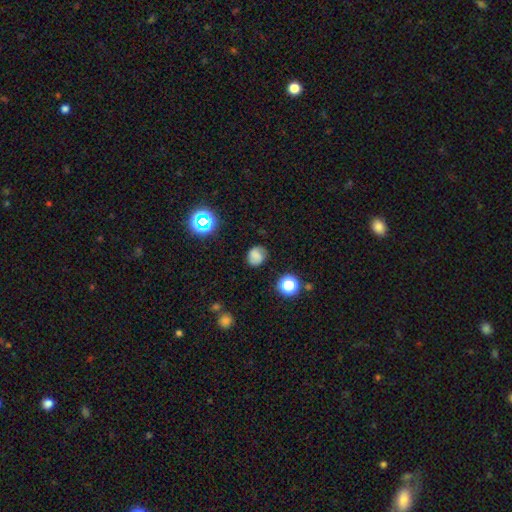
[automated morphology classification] This appears to be a smooth galaxy with no disk features (67%) that is round (73%). Merging: none (76%).